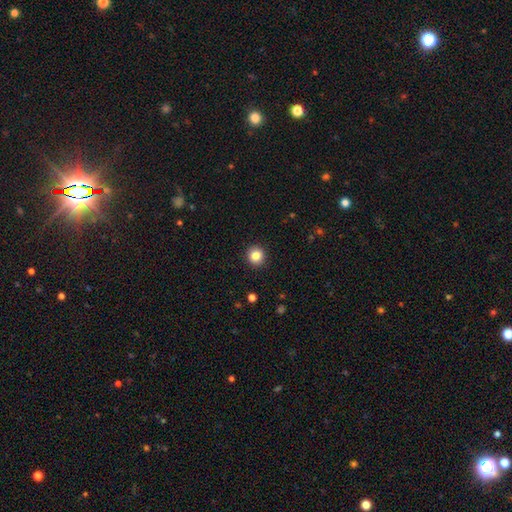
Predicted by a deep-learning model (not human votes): Overall: smooth (84%). How rounded: round (93%). Merging: none (93%).